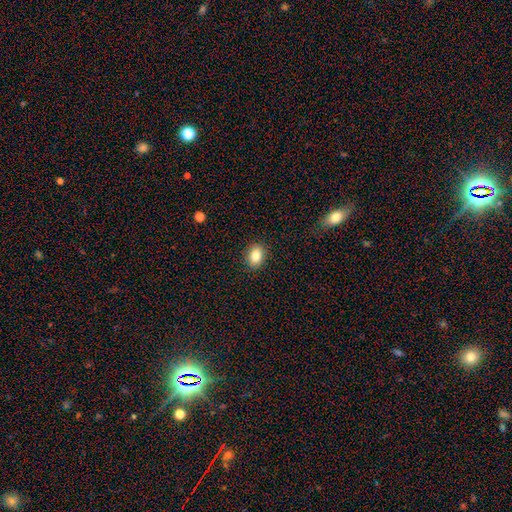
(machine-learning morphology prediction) A smooth galaxy with no disk features (84%) that is in between round and cigar-shaped (68%). Merging: none (89%).